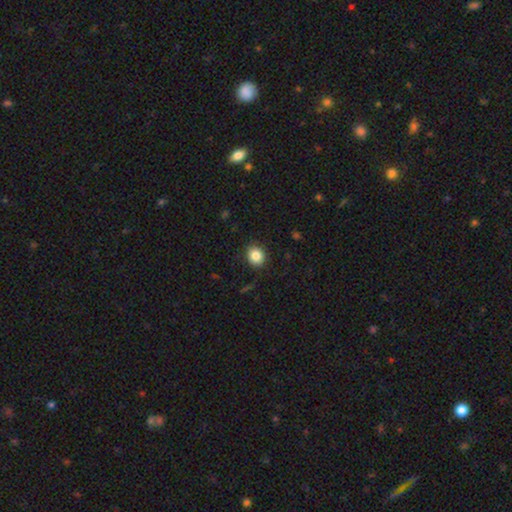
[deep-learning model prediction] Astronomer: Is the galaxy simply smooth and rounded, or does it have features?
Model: smooth — 85%.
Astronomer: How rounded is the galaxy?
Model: round — 72%.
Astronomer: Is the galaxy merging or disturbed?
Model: none — 88%.